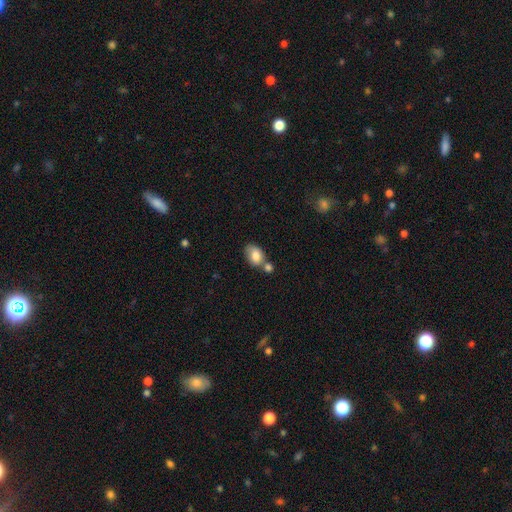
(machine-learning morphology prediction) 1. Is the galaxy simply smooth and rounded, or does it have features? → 81% smooth, 12% featured or disk, 8% star or artifact.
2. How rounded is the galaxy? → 80% in between, 19% round, 1% cigar-shaped.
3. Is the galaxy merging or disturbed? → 43% none, 34% merger, 17% minor disturbance, 6% major disturbance.